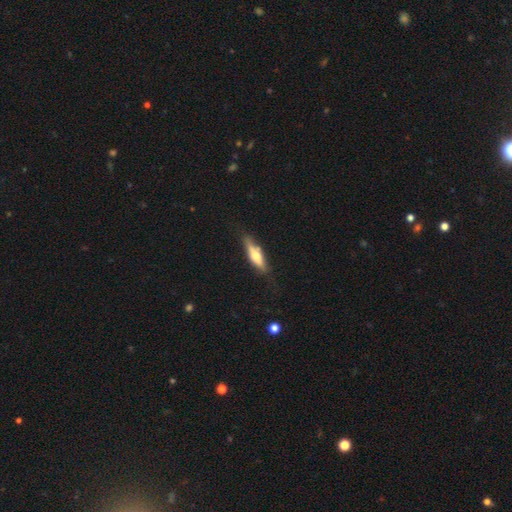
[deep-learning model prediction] smooth-or-featured: smooth: 50% | featured or disk: 44% | star or artifact: 6%
  merging: none: 70% | minor disturbance: 22% | major disturbance: 5% | merger: 4%